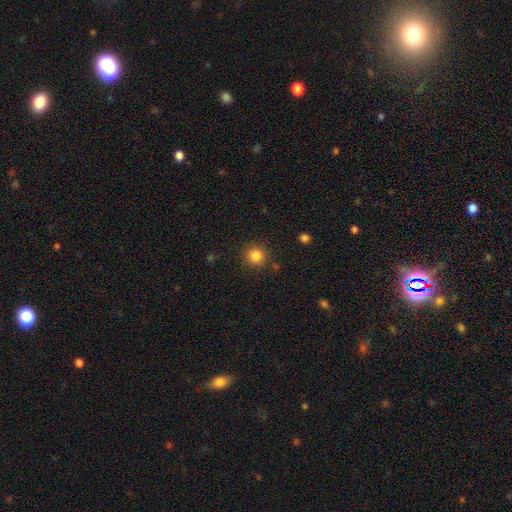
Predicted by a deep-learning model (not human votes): This appears to be a smooth galaxy with no disk features (84%) that is round (93%). Merging: none (87%).